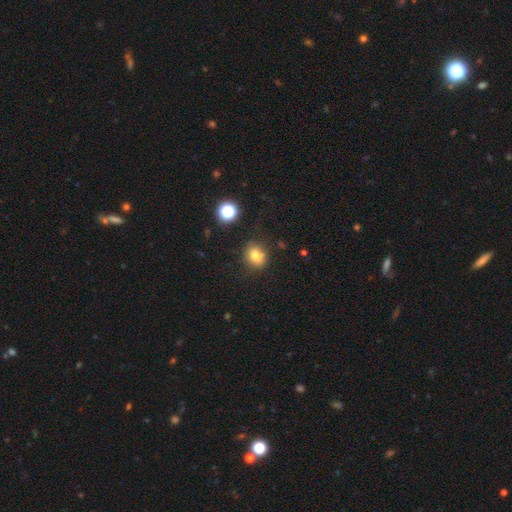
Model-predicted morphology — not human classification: smooth 77%, star or artifact 14%, featured or disk 9%. Down the decision tree: how rounded — round (64%); merging — none (76%).